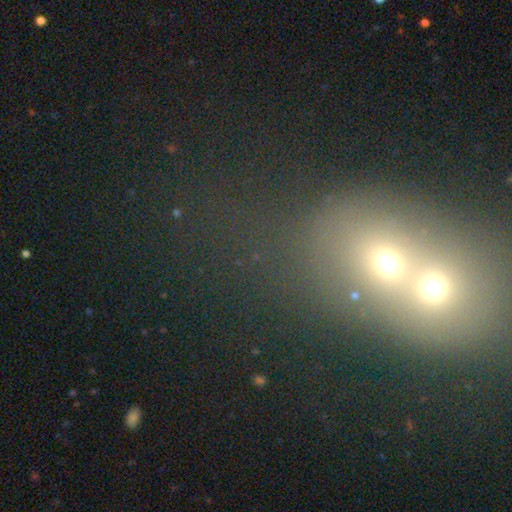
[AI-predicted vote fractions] The model was most divided on "smooth or featured": smooth: 48%, star or artifact: 34%, featured or disk: 18%. More confident: merging — merger (52%).